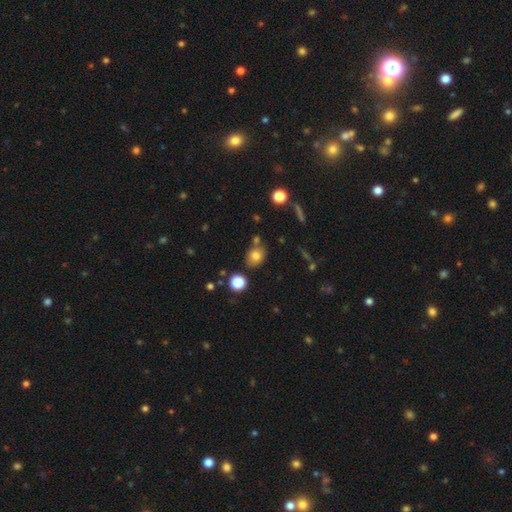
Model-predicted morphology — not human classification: The model was most divided on "how rounded": round: 50%, in between: 49%, cigar-shaped: 1%. More confident: smooth or featured — smooth (78%); merging — none (73%).